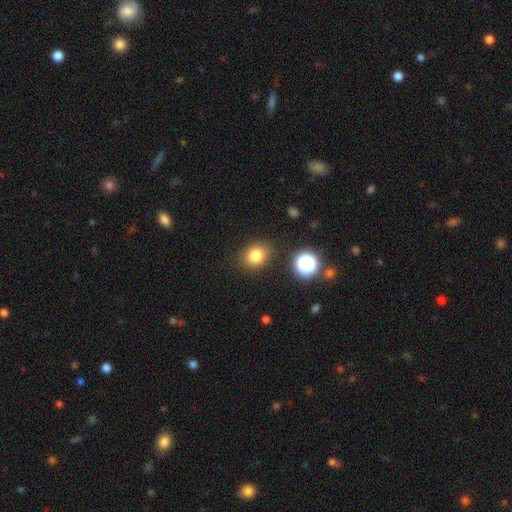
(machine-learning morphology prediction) The model was most divided on "how rounded": round: 59%, in between: 40%, cigar-shaped: 1%. More confident: merging — none (84%); smooth or featured — smooth (80%).